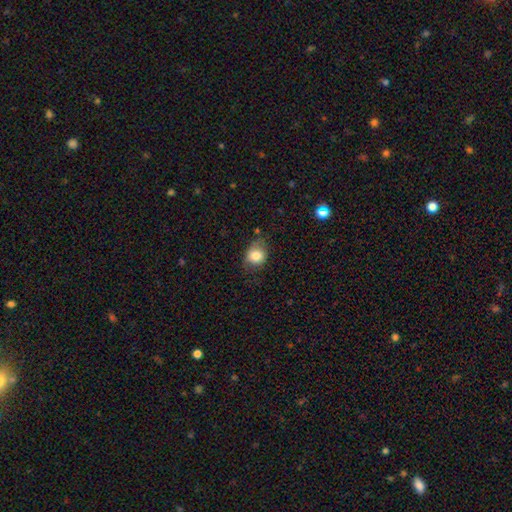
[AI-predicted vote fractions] This is clearly a smooth galaxy (81%). How rounded: likely round (63%). Merging: likely none (60%).